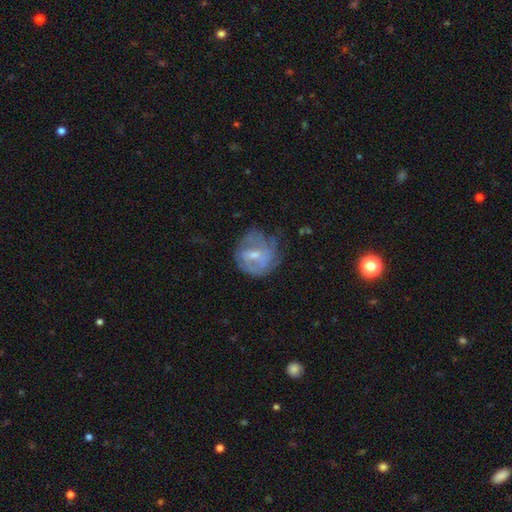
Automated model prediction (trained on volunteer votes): Overall: featured or disk (61%; smooth 31%). Edge-on disk: no (97%). Bar: weak (49%; no 37%). Spiral arms: yes (59%; no 41%). Bulge size: moderate (48%; small 43%). Merging: none (52%; minor disturbance 26%).